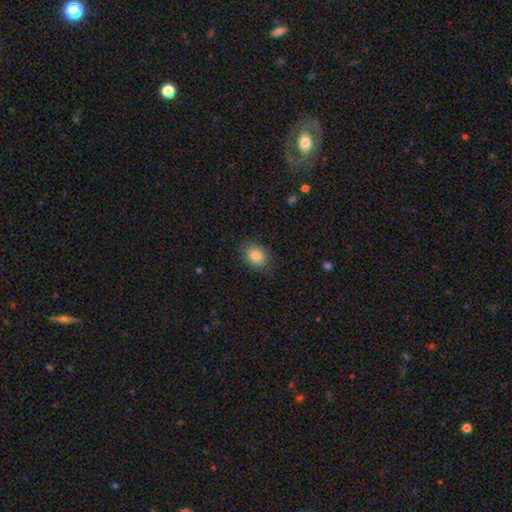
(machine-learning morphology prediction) Overall: smooth (84%). How rounded: in between (53%; round 46%). Merging: none (77%).